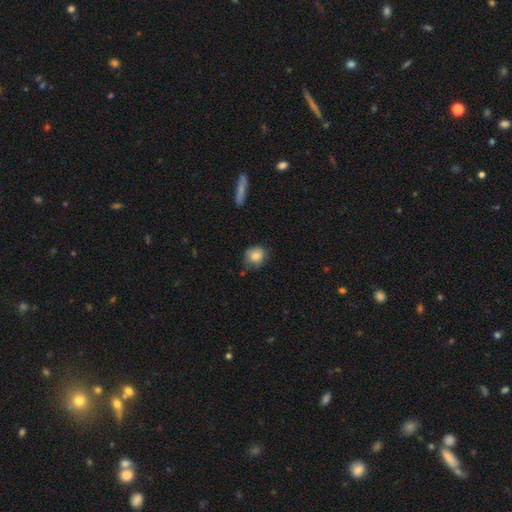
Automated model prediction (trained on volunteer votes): Morphology: type=smooth (76%); roundness=round (71%); merging=none (59%).